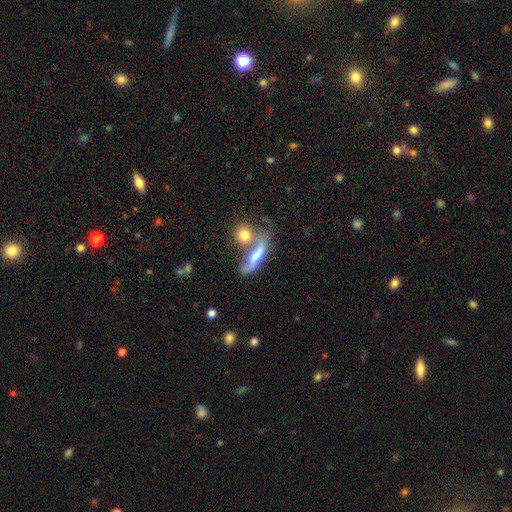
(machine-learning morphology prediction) Smooth or featured?
  - smooth: 47% *
  - featured or disk: 44%
  - star or artifact: 9%
Merging?
  - merger: 41% *
  - none: 32%
  - minor disturbance: 15%
  - major disturbance: 12%